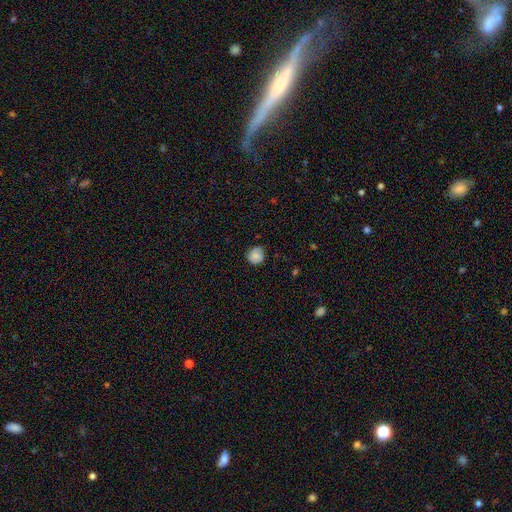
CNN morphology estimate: Smooth or featured? Predicted: smooth (p=0.79). How rounded? Predicted: round (p=0.84). Merging? Predicted: none (p=0.68).